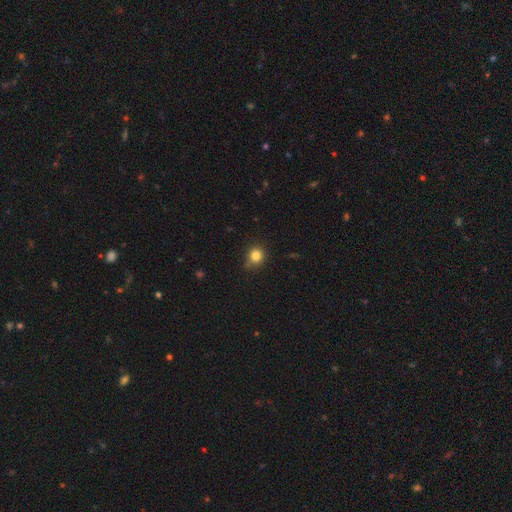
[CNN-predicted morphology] smooth-or-featured: smooth: 83% | star or artifact: 12% | featured or disk: 5%
  how-rounded: round: 87% | in between: 12% | cigar-shaped: 1%
  merging: none: 81% | minor disturbance: 13% | merger: 3% | major disturbance: 3%